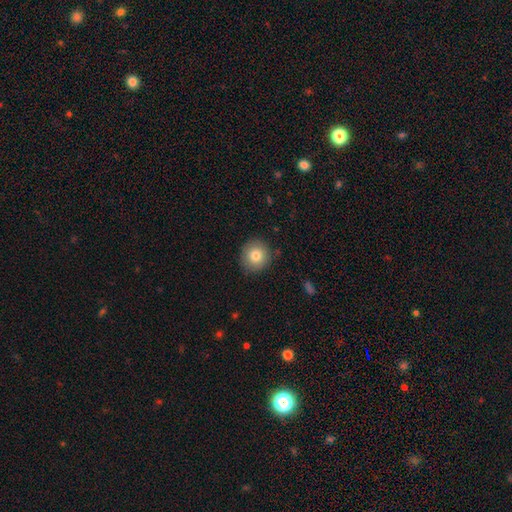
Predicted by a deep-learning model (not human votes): The model was most divided on "smooth or featured": smooth: 80%, featured or disk: 10%, star or artifact: 9%. More confident: how rounded — round (91%); merging — none (88%).